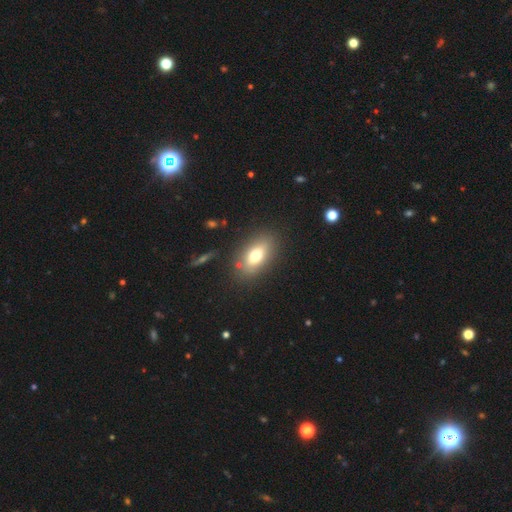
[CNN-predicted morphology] Smooth or featured? smooth (71%)
How rounded? in between (86%)
Merging? none (82%)